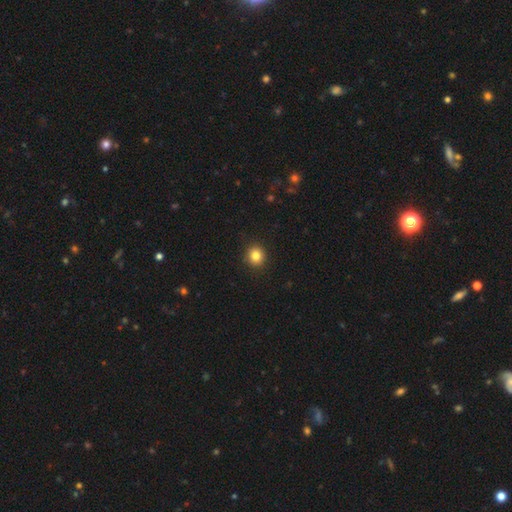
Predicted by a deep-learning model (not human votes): smooth 84%, star or artifact 11%, featured or disk 5%. Down the decision tree: how rounded — round (88%); merging — none (91%).